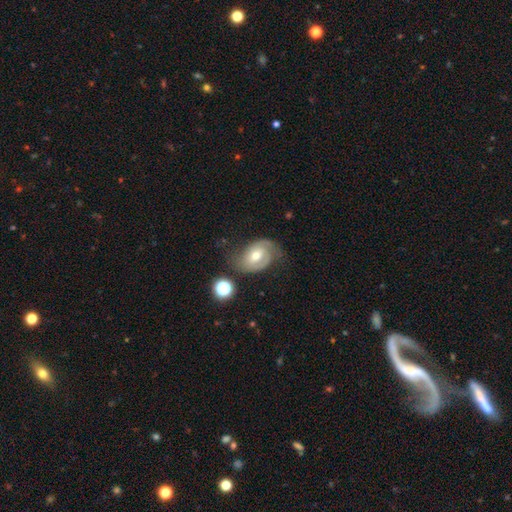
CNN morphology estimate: Smooth or featured? featured or disk (68%)
Edge-on disk? no (96%)
Bar? no (51%)
Spiral arms? yes (85%)
Spiral winding? medium (41%)
Spiral arm count? 2 (68%)
Bulge size? moderate (64%)
Merging? none (52%)